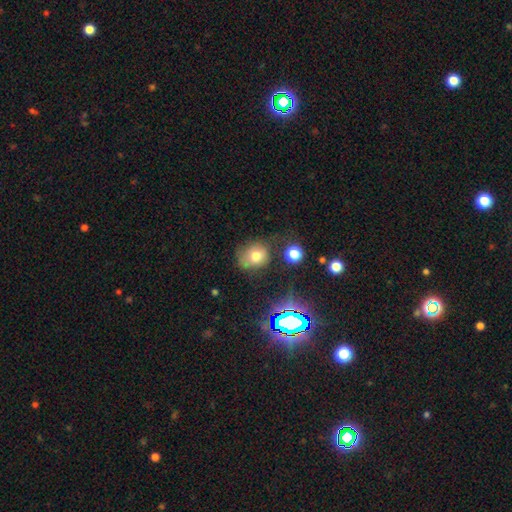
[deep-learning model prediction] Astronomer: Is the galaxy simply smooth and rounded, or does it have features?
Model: smooth — 71%.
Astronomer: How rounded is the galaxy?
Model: round — 59% (runner-up: in between, 40%).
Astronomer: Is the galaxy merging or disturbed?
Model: none — 57%.